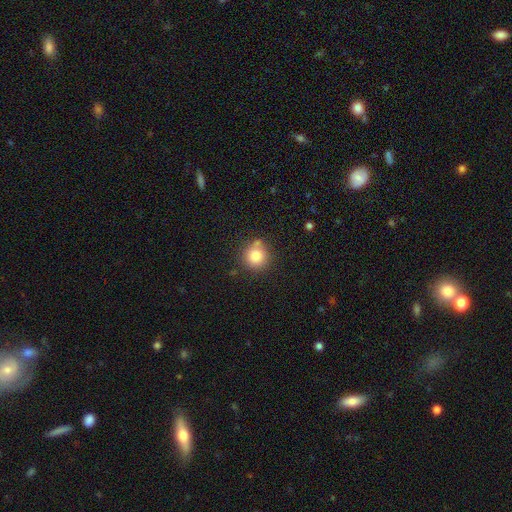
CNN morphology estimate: Q: Smooth or featured?
A: smooth (82%); runner-up: star or artifact (10%)
Q: How rounded?
A: round (91%); runner-up: in between (8%)
Q: Merging?
A: none (72%); runner-up: minor disturbance (14%)